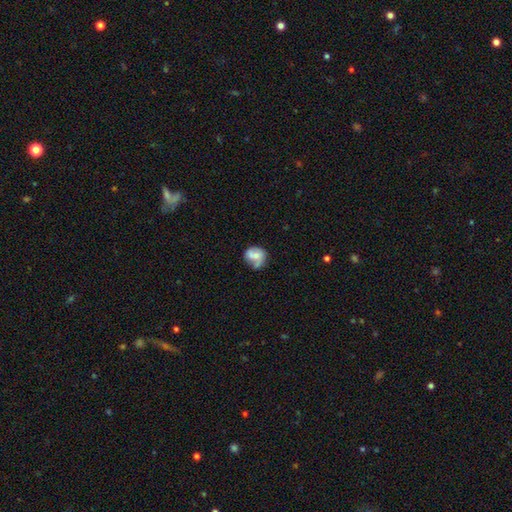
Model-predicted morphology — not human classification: smooth 47%, featured or disk 45%, star or artifact 8%. Down the decision tree: merging — none (46%).